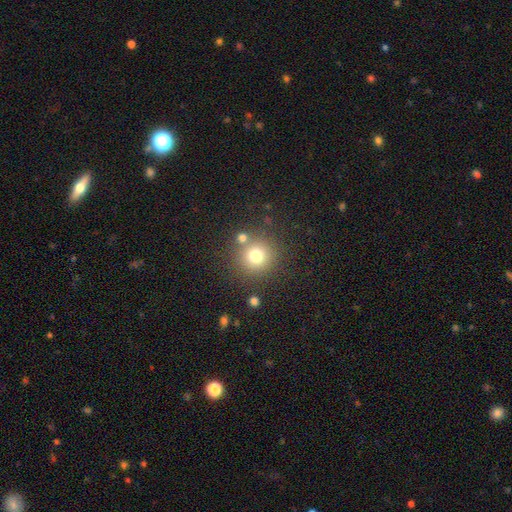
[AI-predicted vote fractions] A smooth galaxy with no disk features (75%) that is round (93%).

Vote fractions:
- Smooth or featured? smooth: 75% / star or artifact: 15% / featured or disk: 10%
- How rounded? round: 93% / in between: 6% / cigar-shaped: 1%
- Merging? none: 78% / merger: 10% / minor disturbance: 8% / major disturbance: 4%